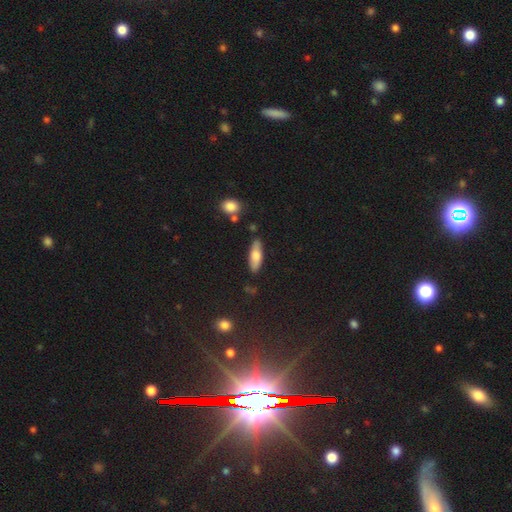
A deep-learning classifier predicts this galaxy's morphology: Smooth or featured: smooth — 69% (featured or disk — 25%)
How rounded: in between — 55% (cigar-shaped — 42%)
Merging: none — 82% (minor disturbance — 12%)